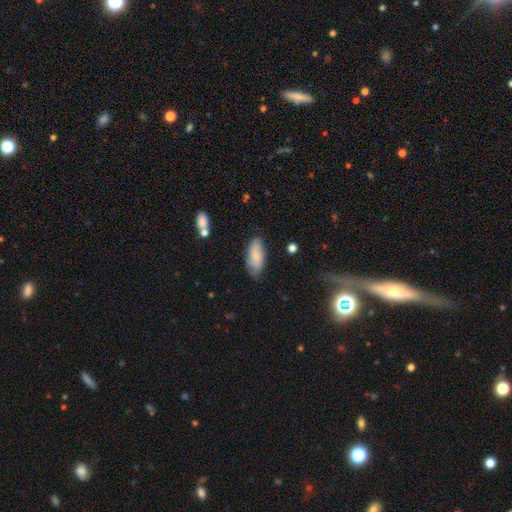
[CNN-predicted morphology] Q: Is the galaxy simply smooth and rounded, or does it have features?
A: smooth — 70%.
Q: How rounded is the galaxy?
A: in between — 87%.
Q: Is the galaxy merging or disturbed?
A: none — 74%.